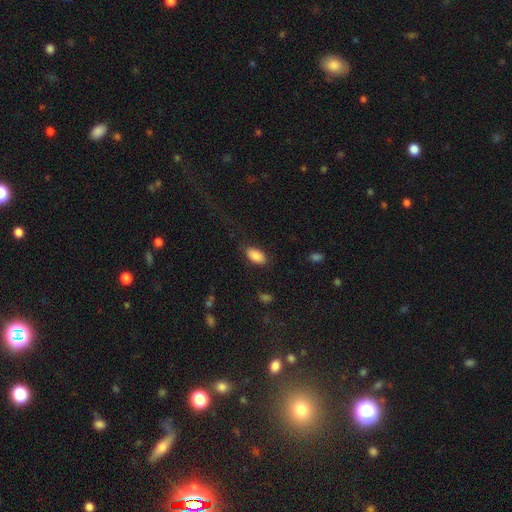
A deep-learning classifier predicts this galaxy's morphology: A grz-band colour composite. It shows a smooth galaxy with no disk features (87%) that is in between round and cigar-shaped (94%). Merging: none (80%).